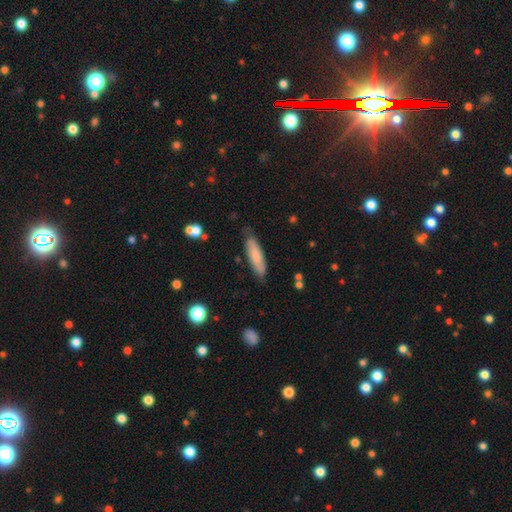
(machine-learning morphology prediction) smooth-or-featured: smooth: 73% | featured or disk: 20% | star or artifact: 6%
  how-rounded: cigar-shaped: 68% | in between: 30% | round: 1%
  merging: none: 77% | minor disturbance: 18% | major disturbance: 3% | merger: 2%